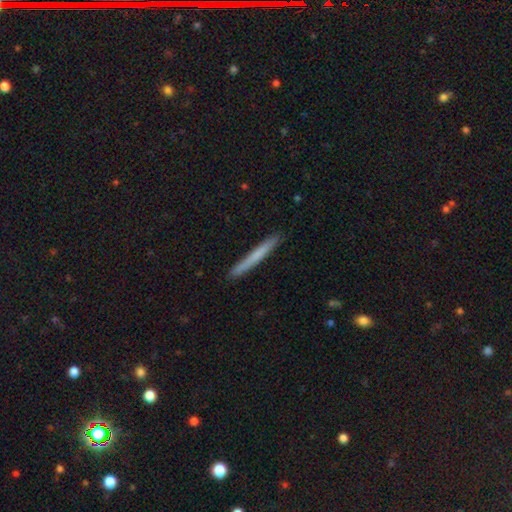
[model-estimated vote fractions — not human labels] smooth 64%, featured or disk 31%, star or artifact 5%. Down the decision tree: how rounded — cigar-shaped (97%); merging — none (92%).